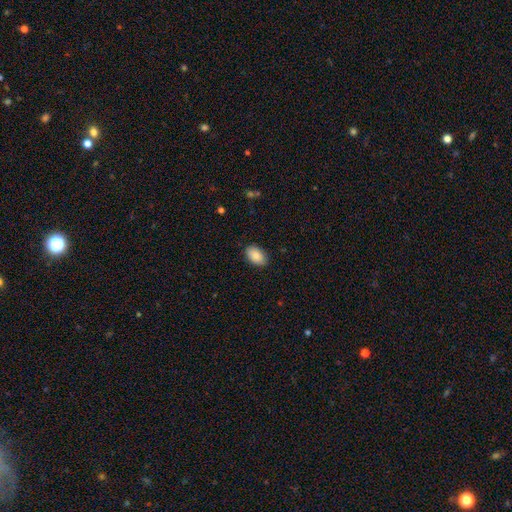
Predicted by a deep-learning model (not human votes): Smooth or featured?
  - smooth: 88% *
  - star or artifact: 7%
  - featured or disk: 6%
How rounded?
  - in between: 91% *
  - round: 8%
  - cigar-shaped: 1%
Merging?
  - none: 87% *
  - minor disturbance: 10%
  - major disturbance: 2%
  - merger: 1%